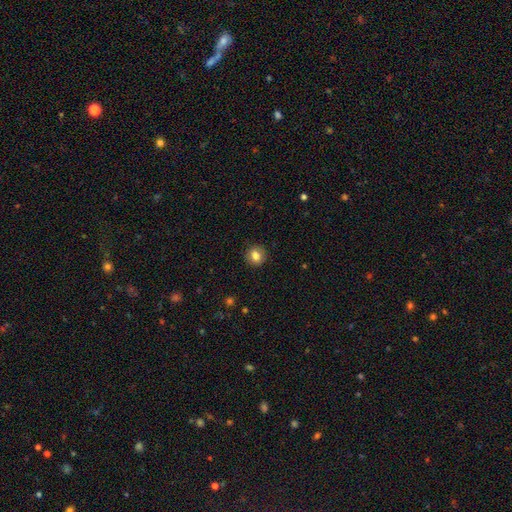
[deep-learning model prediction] smooth 81%, star or artifact 10%, featured or disk 9%. Down the decision tree: how rounded — round (88%); merging — none (91%).